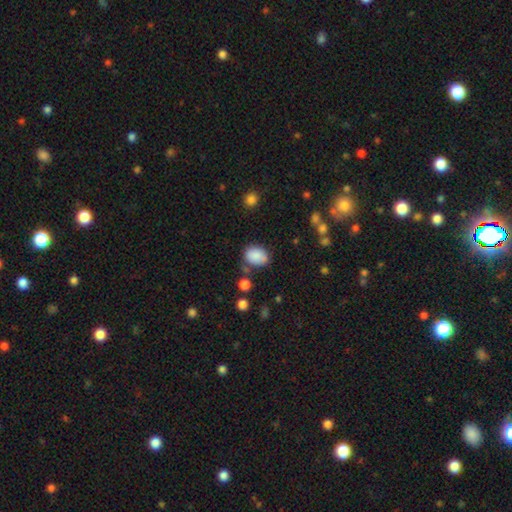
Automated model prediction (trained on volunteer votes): Q: Smooth or featured?
A: smooth (85%); runner-up: star or artifact (9%)
Q: How rounded?
A: in between (66%); runner-up: round (33%)
Q: Merging?
A: none (65%); runner-up: minor disturbance (21%)